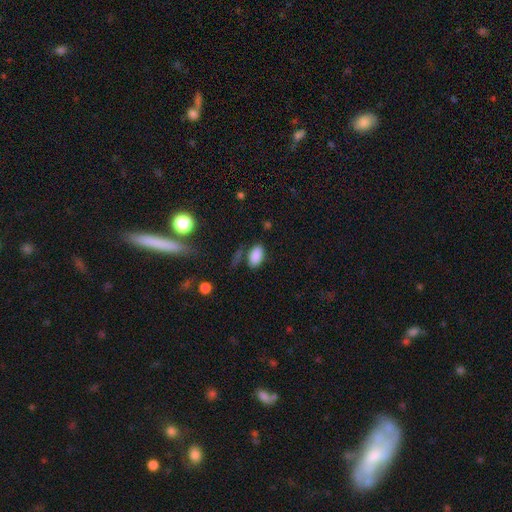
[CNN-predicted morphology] Q: Smooth or featured?
A: smooth (86%); runner-up: star or artifact (9%)
Q: How rounded?
A: in between (93%); runner-up: round (5%)
Q: Merging?
A: none (73%); runner-up: minor disturbance (16%)